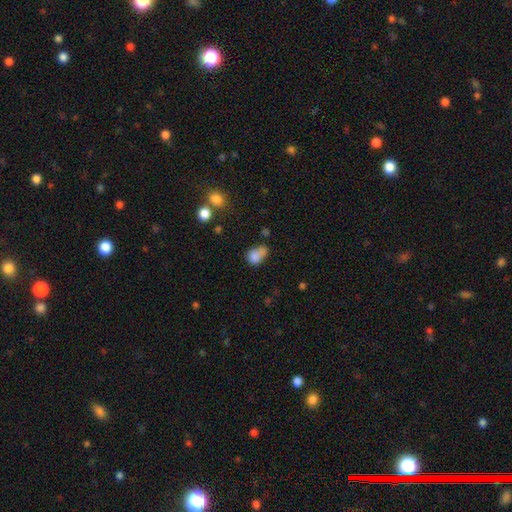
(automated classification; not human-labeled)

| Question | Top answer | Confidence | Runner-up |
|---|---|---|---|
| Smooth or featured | smooth | 78% | star or artifact (11%) |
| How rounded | in between | 64% | round (34%) |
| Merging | none | 30% | merger (29%) |